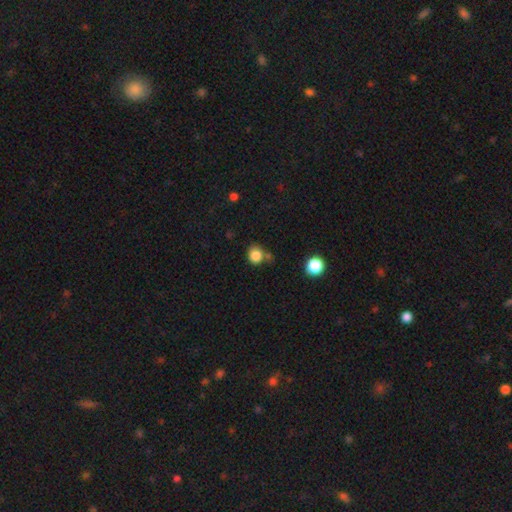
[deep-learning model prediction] smooth 84%, star or artifact 11%, featured or disk 5%. Down the decision tree: how rounded — round (80%); merging — none (65%).